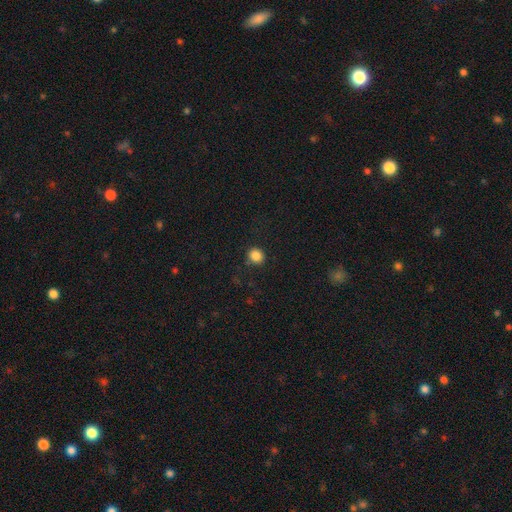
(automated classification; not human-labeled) Smooth or featured?
  - smooth: 85% *
  - star or artifact: 11%
  - featured or disk: 4%
How rounded?
  - round: 84% *
  - in between: 15%
  - cigar-shaped: 1%
Merging?
  - none: 88% *
  - minor disturbance: 8%
  - major disturbance: 2%
  - merger: 1%